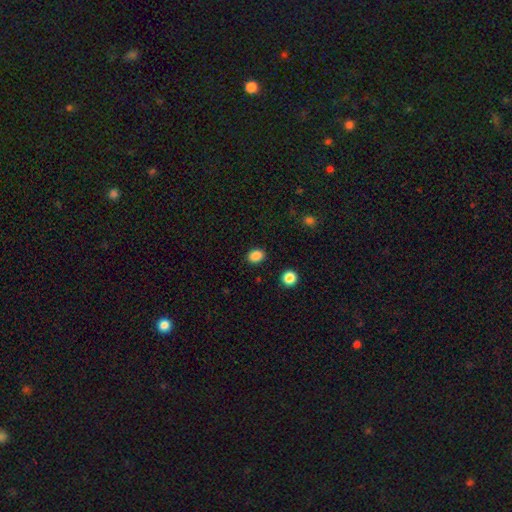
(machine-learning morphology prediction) Q: Smooth or featured?
A: smooth (86%); runner-up: star or artifact (10%)
Q: How rounded?
A: in between (52%); runner-up: round (47%)
Q: Merging?
A: none (88%); runner-up: minor disturbance (8%)